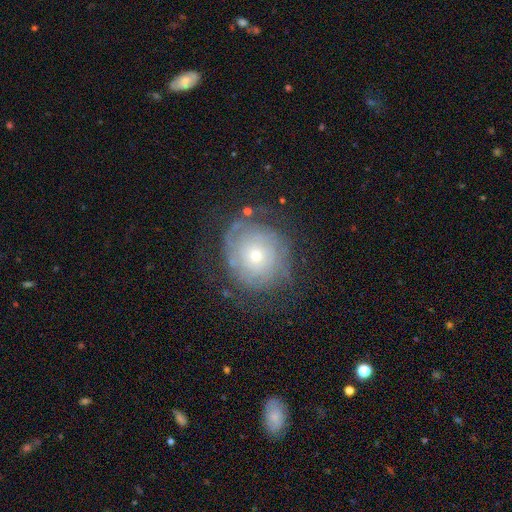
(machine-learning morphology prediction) smooth_or_featured: featured or disk (p=0.66) [alt: smooth p=0.25]
disk_edge_on: no (p=0.97) [alt: yes p=0.03]
bar: no (p=0.86) [alt: weak p=0.11]
has_spiral_arms: yes (p=0.77) [alt: no p=0.23]
bulge_size: small (p=0.68) [alt: moderate p=0.28]
merging: none (p=0.67) [alt: minor disturbance p=0.18]